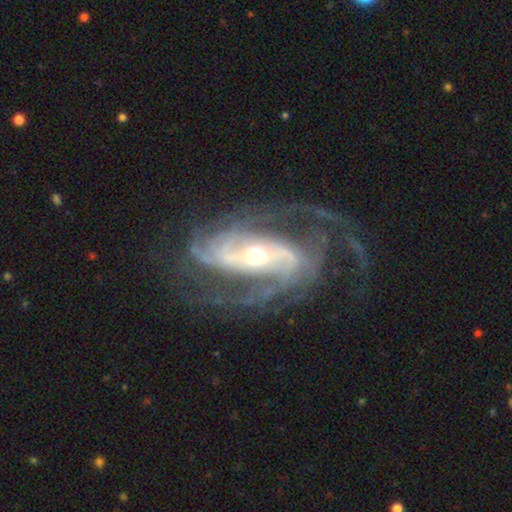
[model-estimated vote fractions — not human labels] This is clearly a featured or disk galaxy (92%). It is clearly not viewed edge-on (96%). Bar: marginally strong (40%). Spiral arm pattern: clearly yes (98%). Spiral arm count: marginally 2 (34%). Spiral winding: possibly medium (48%). Central bulge: possibly moderate (56%). Merging: likely none (65%).